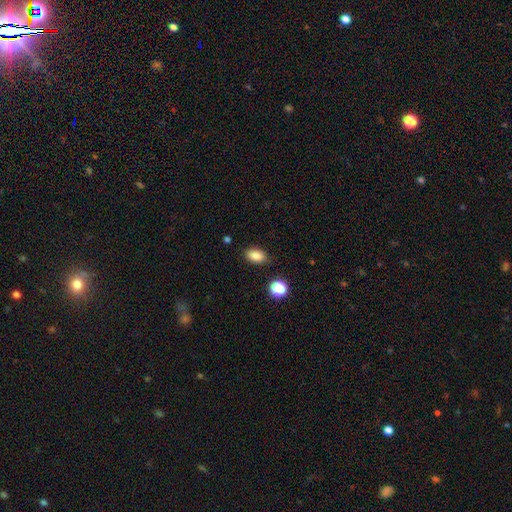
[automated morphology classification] smooth 85%, star or artifact 10%, featured or disk 5%. Down the decision tree: how rounded — in between (87%); merging — none (85%).